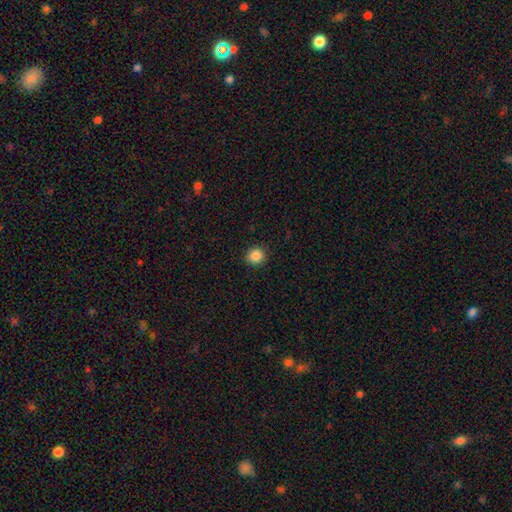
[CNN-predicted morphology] A smooth galaxy with no disk features (87%) that is round (91%).

Vote fractions:
- Smooth or featured? smooth: 87% / star or artifact: 10% / featured or disk: 3%
- How rounded? round: 91% / in between: 8% / cigar-shaped: 1%
- Merging? none: 92% / minor disturbance: 5% / major disturbance: 2% / merger: 1%